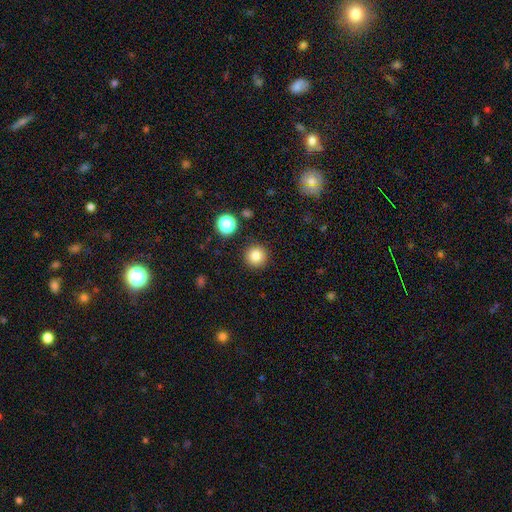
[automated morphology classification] A smooth galaxy with no disk features (83%) that is round (95%). Merging: none (91%).